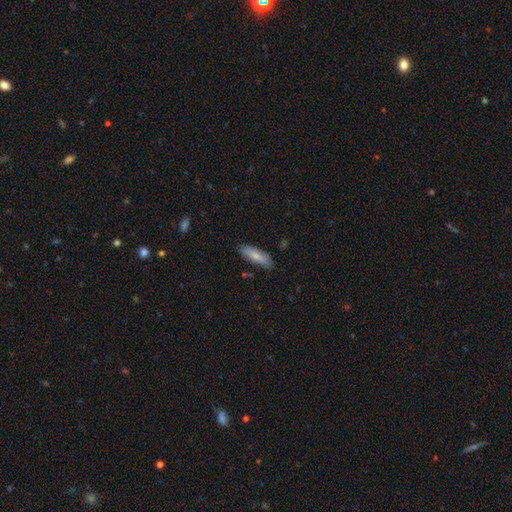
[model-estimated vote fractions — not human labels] A smooth galaxy with no disk features (79%) that is in between round and cigar-shaped (57%).

Vote fractions:
- Smooth or featured? smooth: 79% / featured or disk: 15% / star or artifact: 6%
- How rounded? in between: 57% / cigar-shaped: 41% / round: 2%
- Merging? none: 81% / minor disturbance: 15% / major disturbance: 3% / merger: 2%